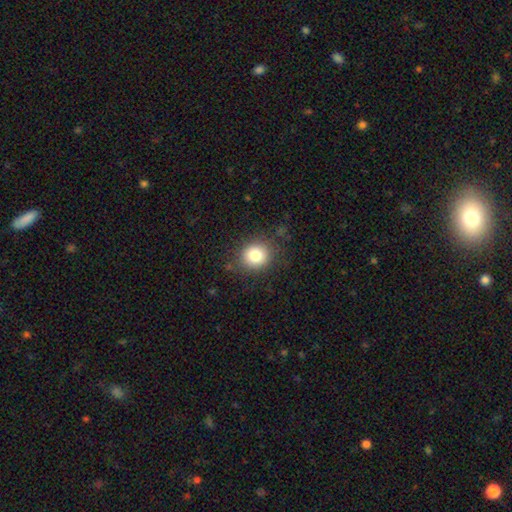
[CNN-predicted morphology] Overall: smooth (82%). How rounded: round (82%). Merging: none (85%).